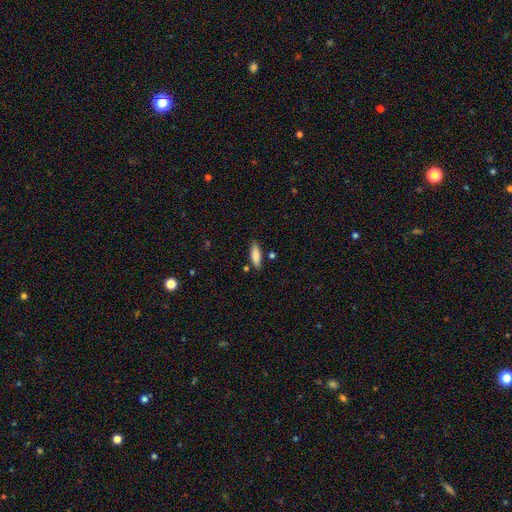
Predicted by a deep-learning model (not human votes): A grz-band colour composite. It shows a smooth galaxy with no disk features (85%) that is in between round and cigar-shaped (57%). Merging: none (81%).